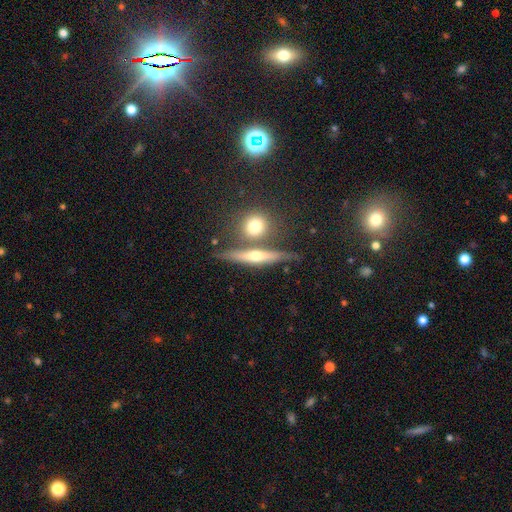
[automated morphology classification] This appears to be a featured or disk galaxy (58%) viewed edge-on (90%) with a rounded central bulge (83%). Merging: none (70%).